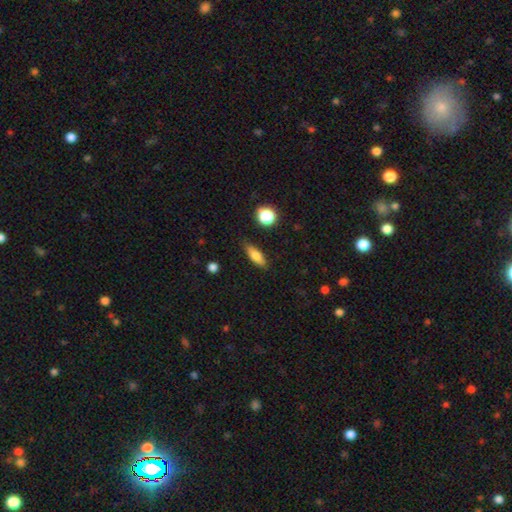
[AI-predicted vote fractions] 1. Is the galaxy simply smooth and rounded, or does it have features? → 72% smooth, 20% featured or disk, 8% star or artifact.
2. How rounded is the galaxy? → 51% in between, 44% cigar-shaped, 4% round.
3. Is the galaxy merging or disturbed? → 83% none, 13% minor disturbance, 3% major disturbance, 2% merger.